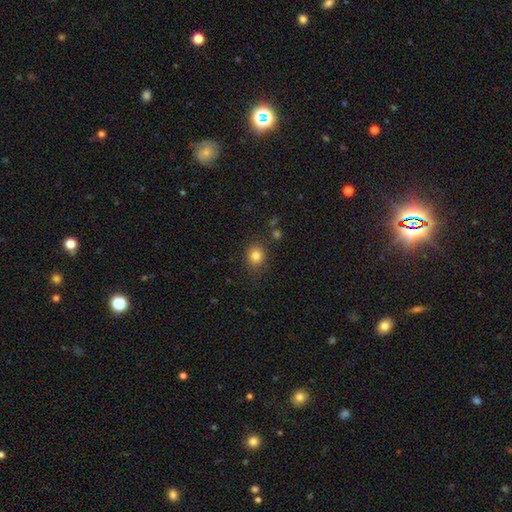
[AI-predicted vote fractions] Smooth or featured: smooth — 82% (star or artifact — 12%)
How rounded: round — 72% (in between — 27%)
Merging: none — 81% (minor disturbance — 12%)